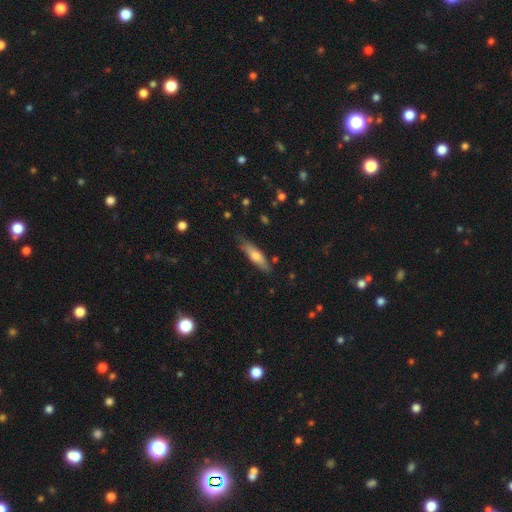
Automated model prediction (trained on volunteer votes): Overall: smooth (64%; featured or disk 30%). How rounded: cigar-shaped (69%; in between 29%). Merging: none (78%).